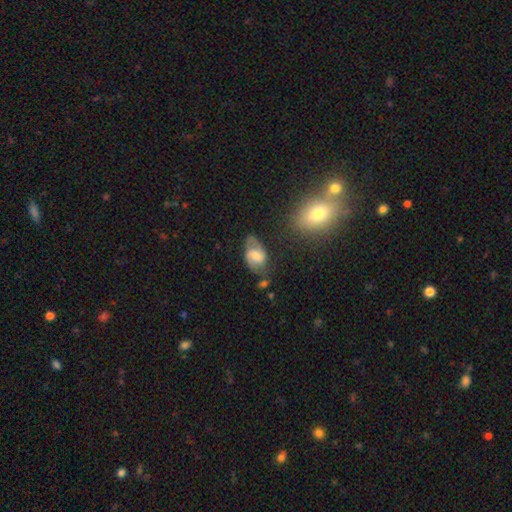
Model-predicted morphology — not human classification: The model was most divided on "smooth or featured": featured or disk: 52%, smooth: 40%, star or artifact: 8%. More confident: edge-on disk — no (96%); merging — none (55%).